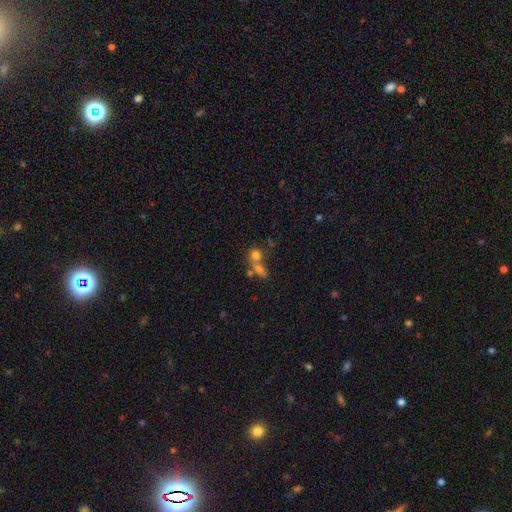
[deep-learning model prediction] The model was most divided on "merging": merger: 54%, none: 33%, minor disturbance: 7%, major disturbance: 5%. More confident: smooth or featured — smooth (70%); how rounded — round (68%).